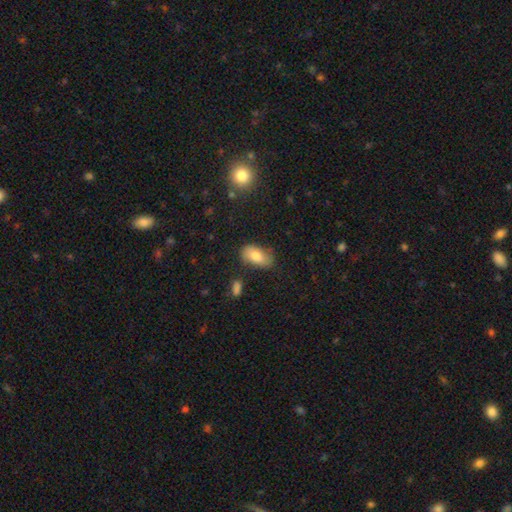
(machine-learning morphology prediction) This appears to be a smooth galaxy with no disk features (79%) that is in between round and cigar-shaped (92%). Merging: none (75%).